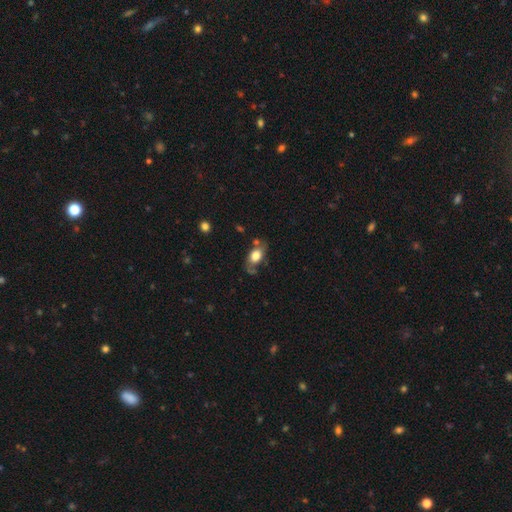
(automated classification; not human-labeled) A smooth galaxy with no disk features (66%) that is in between round and cigar-shaped (84%). Merging: none (58%).